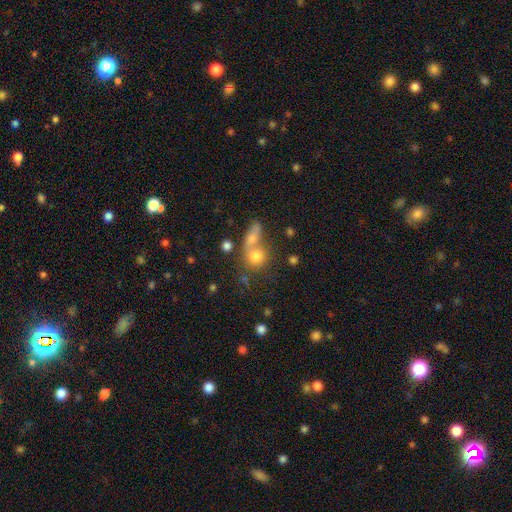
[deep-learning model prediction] smooth-or-featured: smooth: 75% | featured or disk: 13% | star or artifact: 11%
  how-rounded: round: 72% | in between: 24% | cigar-shaped: 3%
  merging: merger: 48% | none: 37% | minor disturbance: 9% | major disturbance: 6%